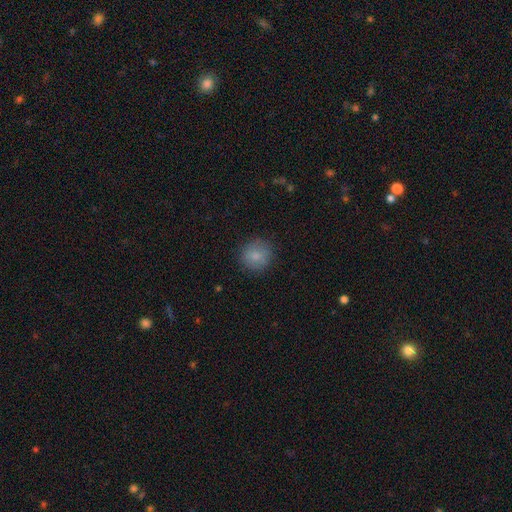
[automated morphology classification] Smooth or featured? Predicted: smooth (p=0.83). How rounded? Predicted: round (p=0.88). Merging? Predicted: none (p=0.84).